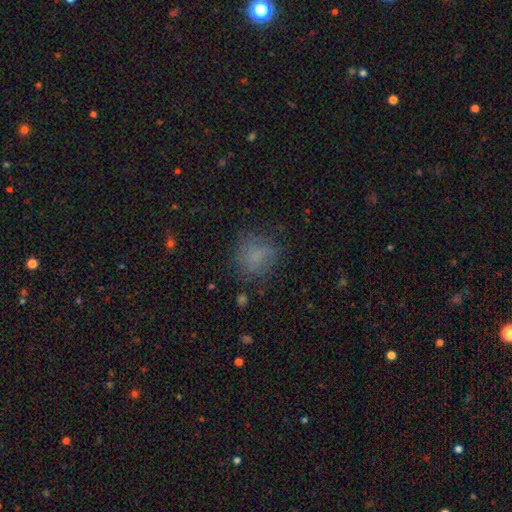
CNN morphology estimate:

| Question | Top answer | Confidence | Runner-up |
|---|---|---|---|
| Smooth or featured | smooth | 70% | star or artifact (16%) |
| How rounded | round | 66% | in between (33%) |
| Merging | none | 66% | minor disturbance (21%) |